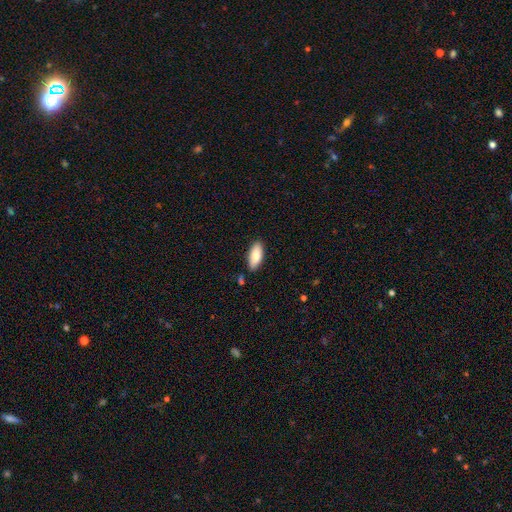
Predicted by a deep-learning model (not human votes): smooth 85%, featured or disk 9%, star or artifact 6%. Down the decision tree: how rounded — in between (83%); merging — none (84%).